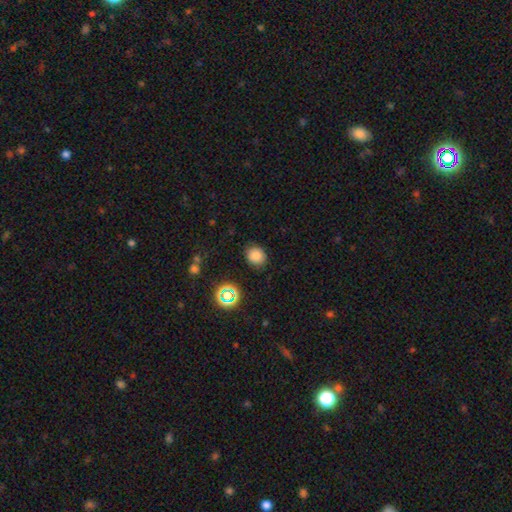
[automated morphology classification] type=smooth (79%); roundness=round (70%); merging=none (84%).